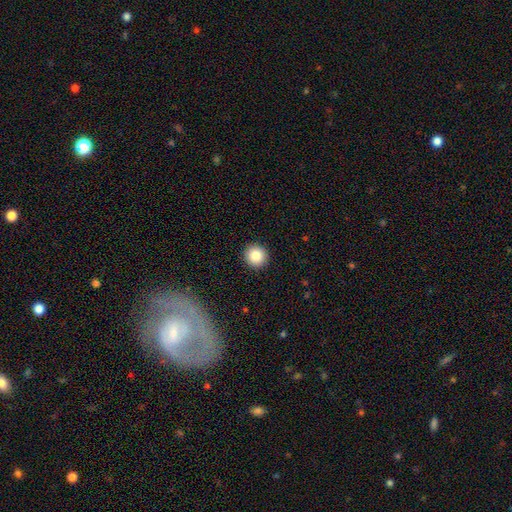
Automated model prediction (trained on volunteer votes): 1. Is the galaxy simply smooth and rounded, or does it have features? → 86% smooth, 9% star or artifact, 5% featured or disk.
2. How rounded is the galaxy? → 95% round, 5% in between, 1% cigar-shaped.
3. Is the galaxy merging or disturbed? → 93% none, 5% minor disturbance, 2% major disturbance, 1% merger.